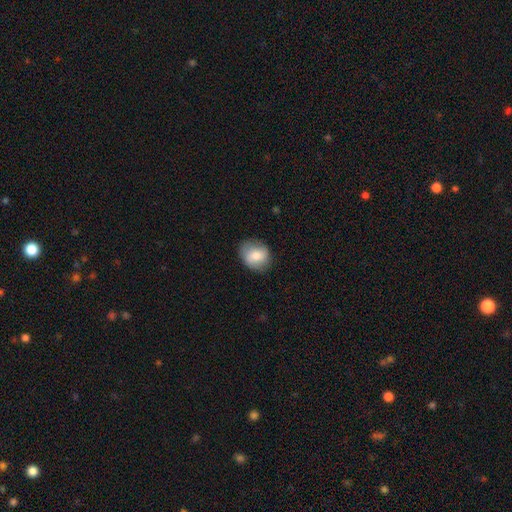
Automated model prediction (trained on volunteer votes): smooth 72%, featured or disk 20%, star or artifact 7%. Down the decision tree: how rounded — round (59%); merging — none (79%).